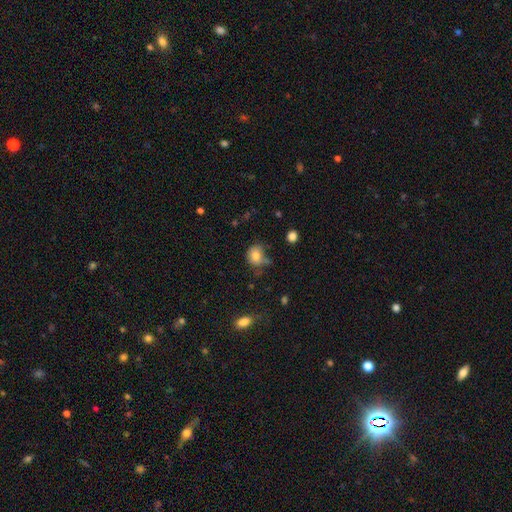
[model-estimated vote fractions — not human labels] Q: Smooth or featured?
A: smooth (78%); runner-up: featured or disk (12%)
Q: How rounded?
A: round (63%); runner-up: in between (36%)
Q: Merging?
A: none (53%); runner-up: minor disturbance (28%)